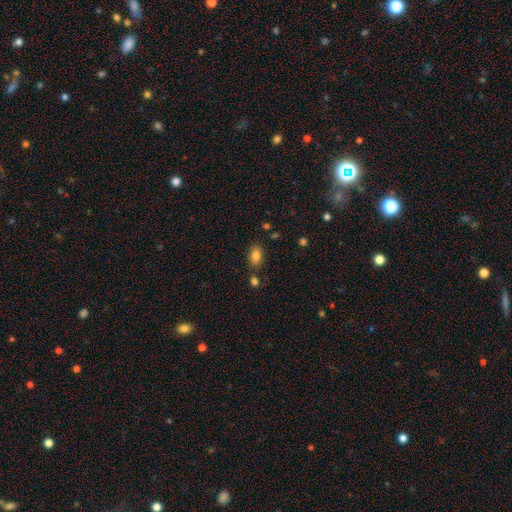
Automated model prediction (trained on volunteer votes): This is clearly a smooth galaxy (83%). How rounded: clearly in between (85%). Merging: likely none (78%).